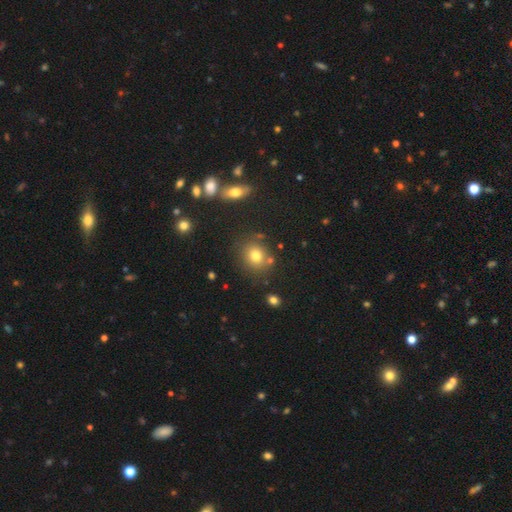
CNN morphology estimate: smooth 76%, star or artifact 15%, featured or disk 10%. Down the decision tree: how rounded — round (75%); merging — none (77%).